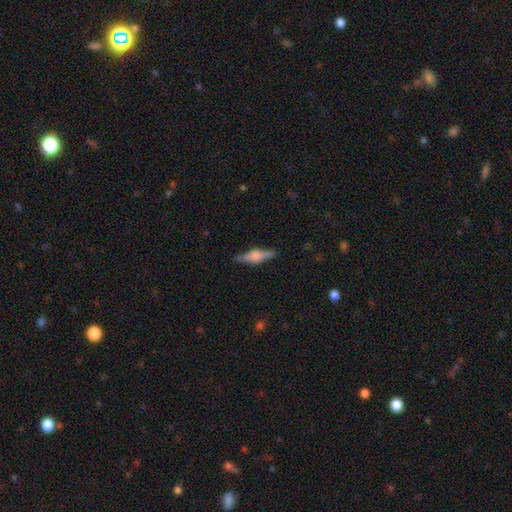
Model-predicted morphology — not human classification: This appears to be a featured or disk galaxy (53%) viewed edge-on (95%) with a rounded central bulge (74%). Merging: none (82%).